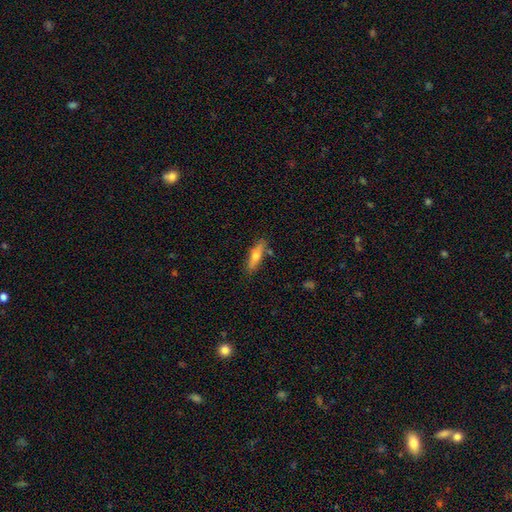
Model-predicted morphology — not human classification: Smooth or featured? Predicted: smooth (p=0.60). How rounded? Predicted: cigar-shaped (p=0.64). Merging? Predicted: none (p=0.78).